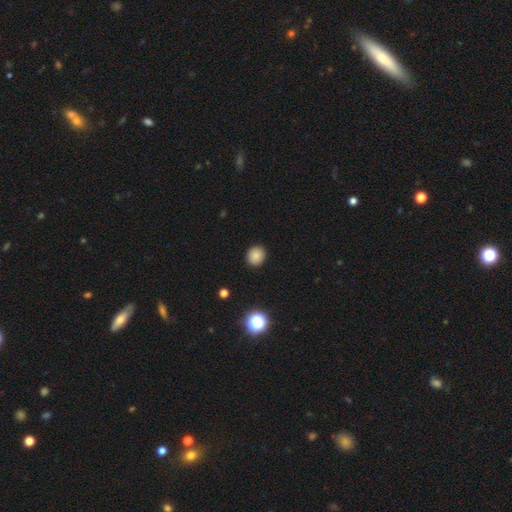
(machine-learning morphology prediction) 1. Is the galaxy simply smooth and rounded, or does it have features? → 85% smooth, 11% star or artifact, 4% featured or disk.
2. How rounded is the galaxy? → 81% round, 18% in between, 1% cigar-shaped.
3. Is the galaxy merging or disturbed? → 91% none, 6% minor disturbance, 2% major disturbance, 1% merger.